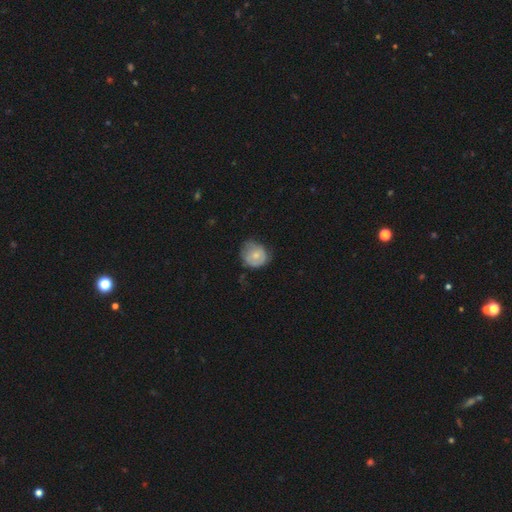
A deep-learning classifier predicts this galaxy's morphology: smooth_or_featured: smooth (p=0.61) [alt: featured or disk p=0.33]
how_rounded: round (p=0.75) [alt: in between p=0.24]
merging: none (p=0.50) [alt: minor disturbance p=0.36]